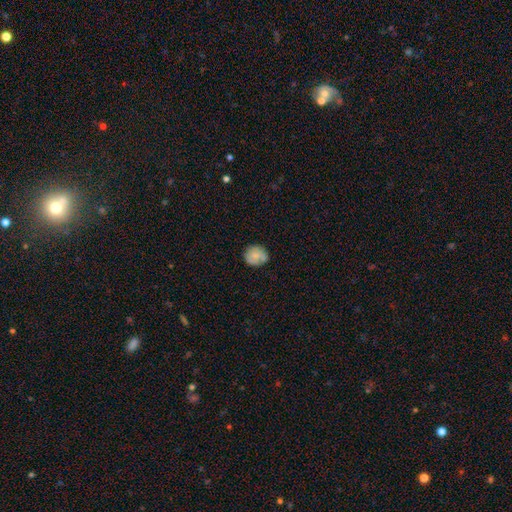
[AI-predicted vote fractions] Morphology: type=smooth (70%); roundness=round (80%); merging=none (69%).